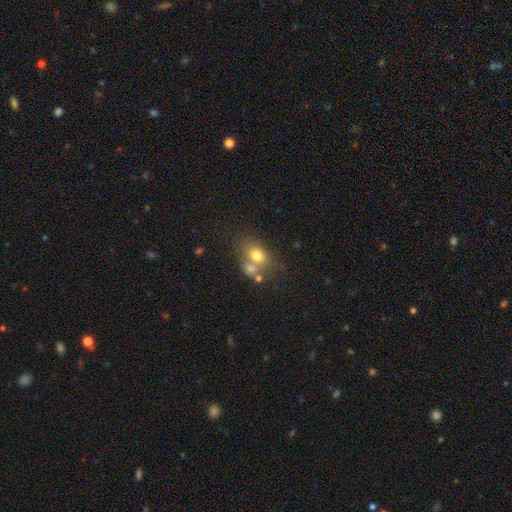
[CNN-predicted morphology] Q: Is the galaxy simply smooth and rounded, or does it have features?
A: smooth — 71%.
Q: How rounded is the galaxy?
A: in between — 64%.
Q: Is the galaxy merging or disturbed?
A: merger — 42%.